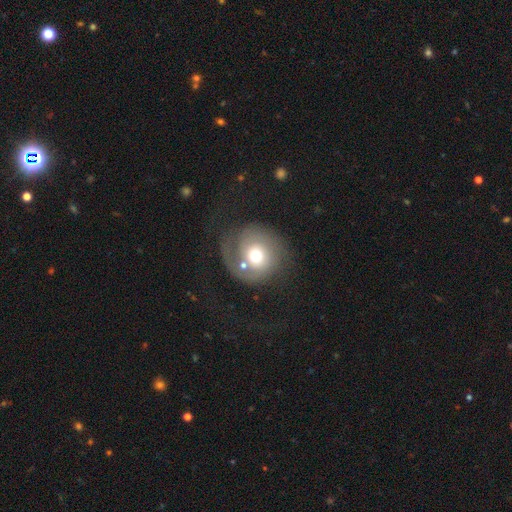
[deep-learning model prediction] This is possibly a featured or disk galaxy (55%). It is clearly not viewed edge-on (97%). Bar: clearly no (80%). Spiral arm pattern: likely yes (75%). Central bulge: likely moderate (69%). Merging: possibly none (53%).